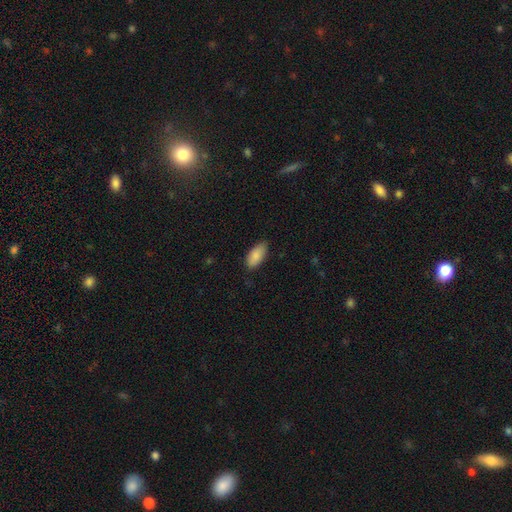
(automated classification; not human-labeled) The model was most divided on "merging": none: 83%, minor disturbance: 14%, major disturbance: 2%, merger: 1%. More confident: how rounded — in between (90%); smooth or featured — smooth (88%).